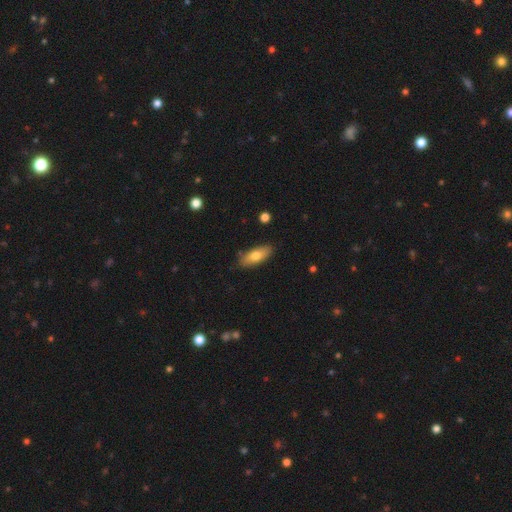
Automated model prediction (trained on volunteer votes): smooth 74%, featured or disk 20%, star or artifact 6%. Down the decision tree: how rounded — in between (75%); merging — none (84%).